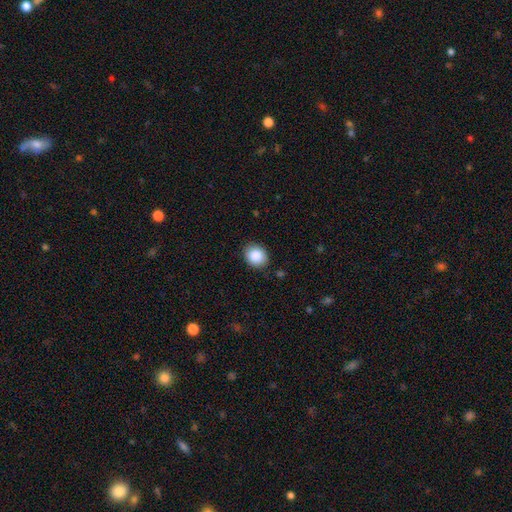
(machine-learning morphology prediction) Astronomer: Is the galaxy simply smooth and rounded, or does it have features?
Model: smooth — 89%.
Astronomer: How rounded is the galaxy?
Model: round — 59% (runner-up: in between, 40%).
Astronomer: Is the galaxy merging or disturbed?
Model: none — 86%.